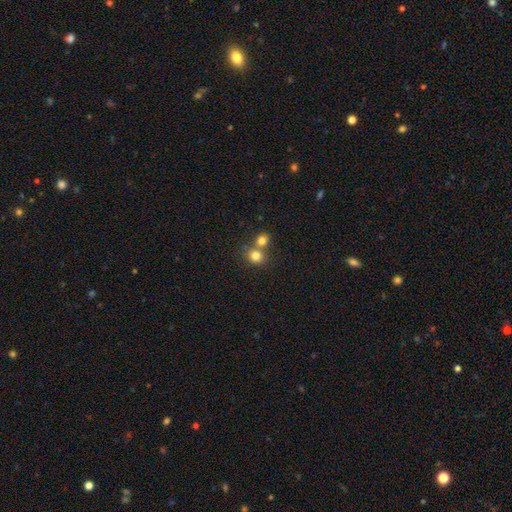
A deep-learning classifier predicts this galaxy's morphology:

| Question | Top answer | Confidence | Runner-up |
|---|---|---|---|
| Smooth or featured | smooth | 81% | star or artifact (12%) |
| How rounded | round | 78% | in between (21%) |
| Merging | merger | 46% | tied: none (46%) |